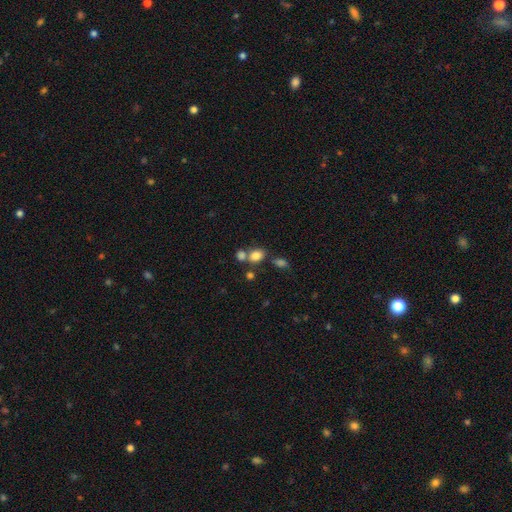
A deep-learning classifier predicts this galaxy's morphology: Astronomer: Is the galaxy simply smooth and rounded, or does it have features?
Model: smooth — 80%.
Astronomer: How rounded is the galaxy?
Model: in between — 53% (runner-up: round, 45%).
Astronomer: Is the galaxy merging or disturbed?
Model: none — 53% (runner-up: merger, 31%).